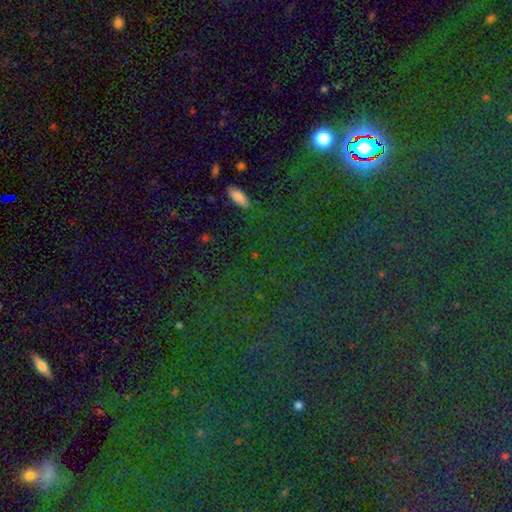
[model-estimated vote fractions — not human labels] Q: Smooth or featured?
A: star or artifact (51%); runner-up: smooth (39%)